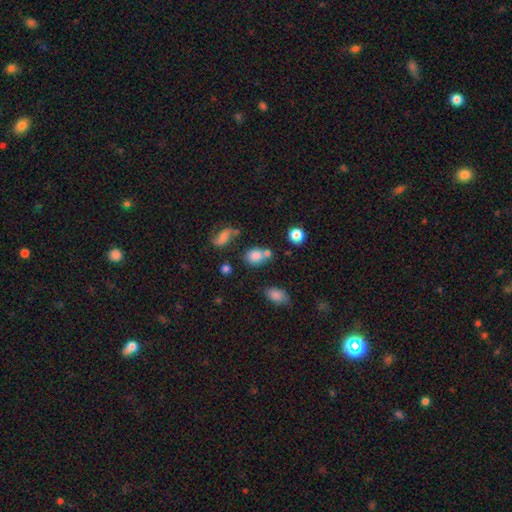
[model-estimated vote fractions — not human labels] Q: Smooth or featured?
A: smooth (77%); runner-up: star or artifact (13%)
Q: How rounded?
A: in between (51%); runner-up: round (47%)
Q: Merging?
A: none (51%); runner-up: merger (25%)